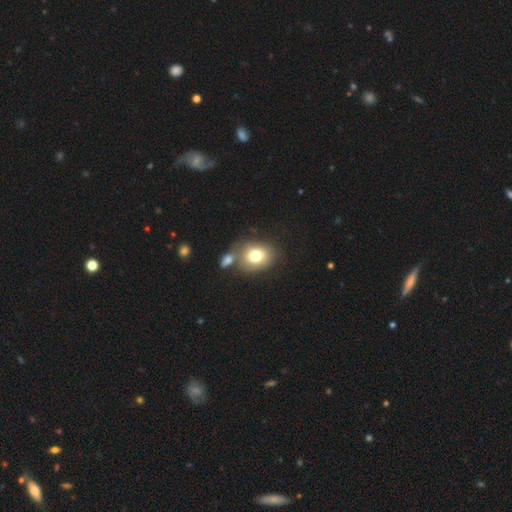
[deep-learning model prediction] The model was most divided on "how rounded": round: 55%, in between: 44%, cigar-shaped: 1%. More confident: smooth or featured — smooth (76%); merging — none (56%).